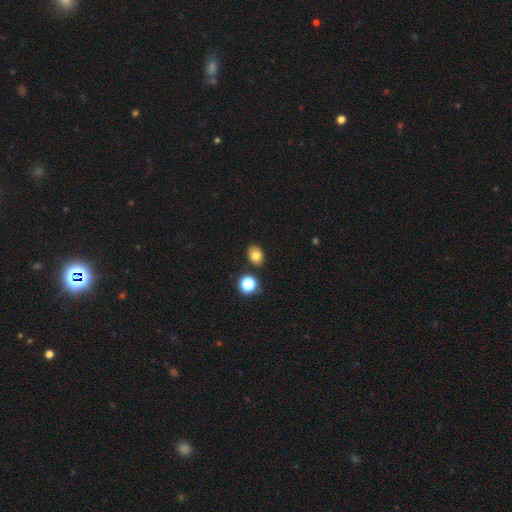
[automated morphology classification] Smooth or featured: smooth — 77% (star or artifact — 13%)
How rounded: in between — 58% (round — 41%)
Merging: none — 84% (minor disturbance — 9%)